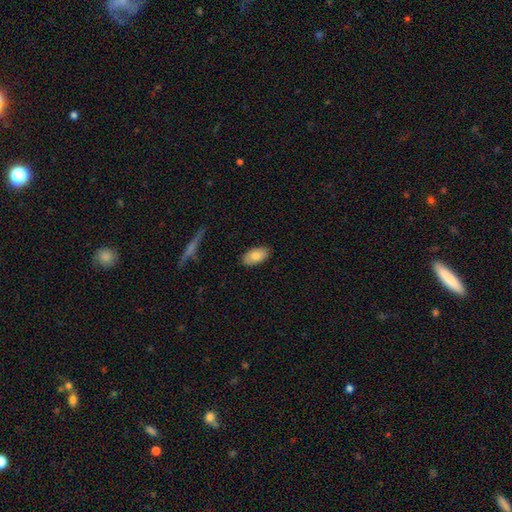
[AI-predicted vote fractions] Morphology: type=smooth (80%); roundness=in between (94%); merging=none (86%).